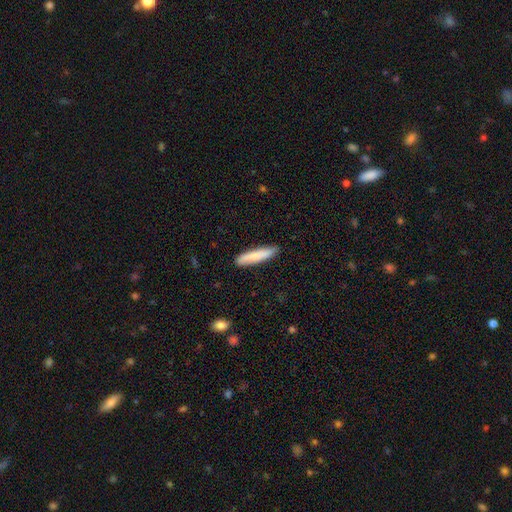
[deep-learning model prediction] Smooth or featured? smooth (77%)
How rounded? cigar-shaped (87%)
Merging? none (87%)